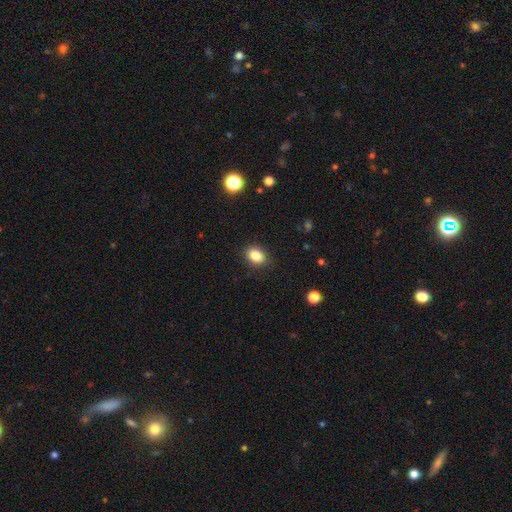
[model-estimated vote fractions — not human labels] Smooth or featured: smooth — 85% (star or artifact — 10%)
How rounded: in between — 70% (round — 29%)
Merging: none — 88% (minor disturbance — 9%)